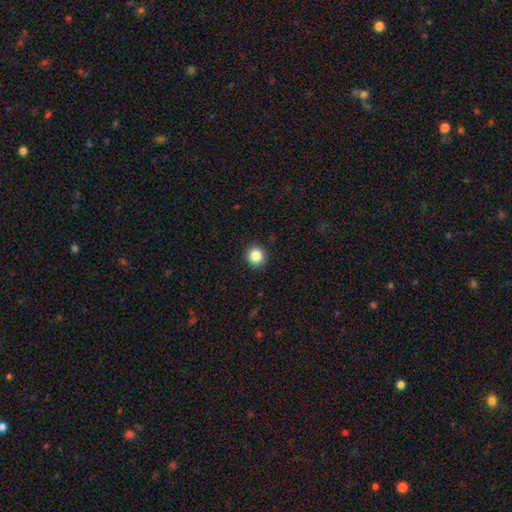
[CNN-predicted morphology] A smooth galaxy with no disk features (86%) that is round (93%).

Vote fractions:
- Smooth or featured? smooth: 86% / star or artifact: 10% / featured or disk: 4%
- How rounded? round: 93% / in between: 6% / cigar-shaped: 1%
- Merging? none: 92% / minor disturbance: 5% / major disturbance: 2% / merger: 1%